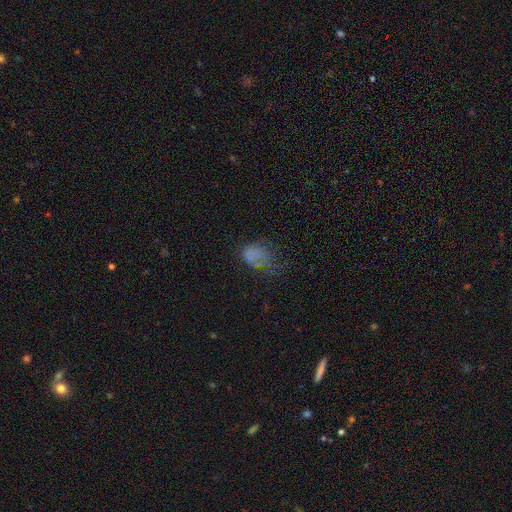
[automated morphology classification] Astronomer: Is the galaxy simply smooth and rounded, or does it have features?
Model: smooth — 57%.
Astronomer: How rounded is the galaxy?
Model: in between — 71%.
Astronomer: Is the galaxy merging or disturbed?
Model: major disturbance — 41% (runner-up: none, 31%).